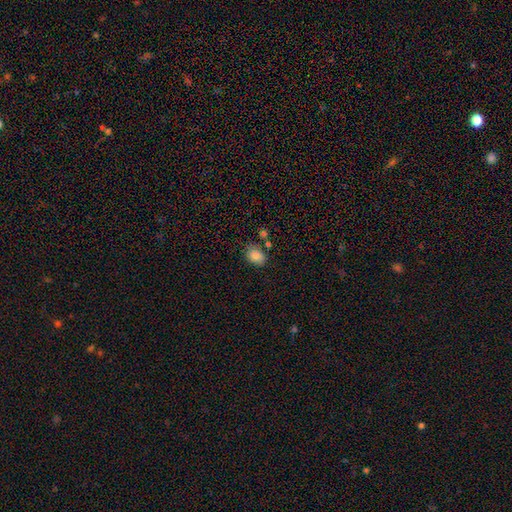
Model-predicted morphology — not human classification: This appears to be a smooth galaxy with no disk features (84%) that is in between round and cigar-shaped (72%). Merging: none (73%).